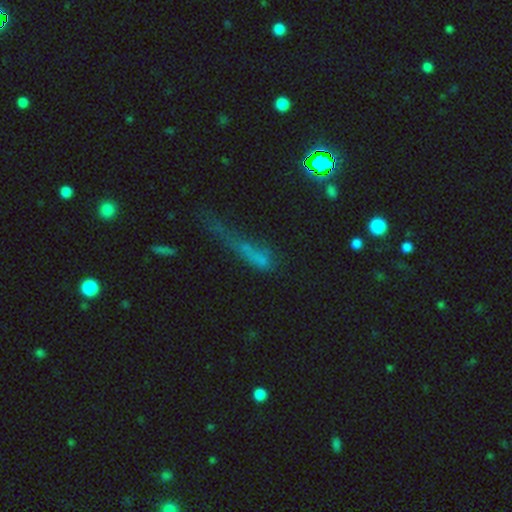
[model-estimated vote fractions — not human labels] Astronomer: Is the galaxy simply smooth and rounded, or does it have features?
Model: smooth — 47% (runner-up: star or artifact, 31%).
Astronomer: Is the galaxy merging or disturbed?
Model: major disturbance — 44% (runner-up: none, 26%).